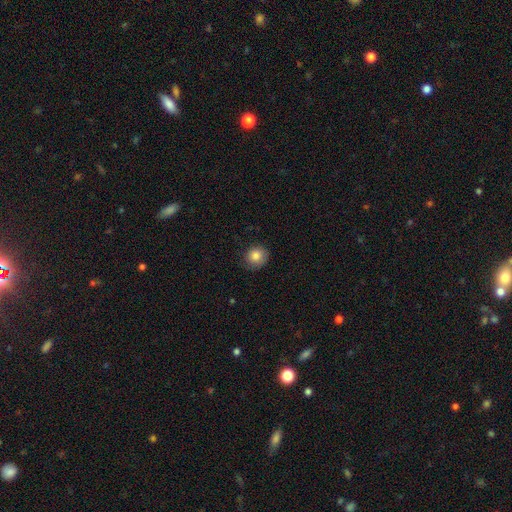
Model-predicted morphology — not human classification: smooth-or-featured: smooth: 84% | star or artifact: 9% | featured or disk: 7%
  how-rounded: round: 85% | in between: 14% | cigar-shaped: 1%
  merging: none: 79% | minor disturbance: 16% | major disturbance: 3% | merger: 1%